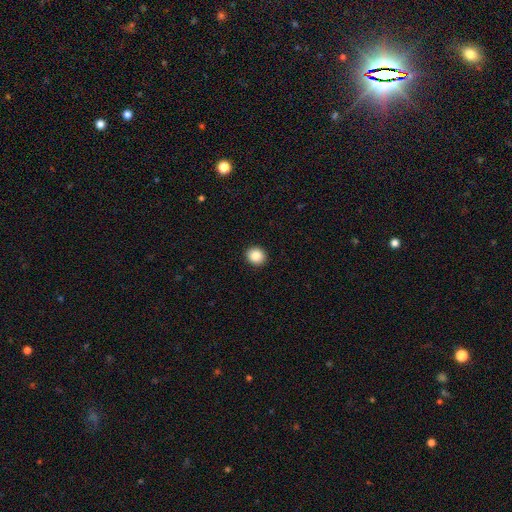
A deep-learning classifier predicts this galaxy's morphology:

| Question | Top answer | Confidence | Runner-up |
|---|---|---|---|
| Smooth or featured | smooth | 88% | star or artifact (9%) |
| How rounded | round | 85% | in between (14%) |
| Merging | none | 93% | minor disturbance (5%) |